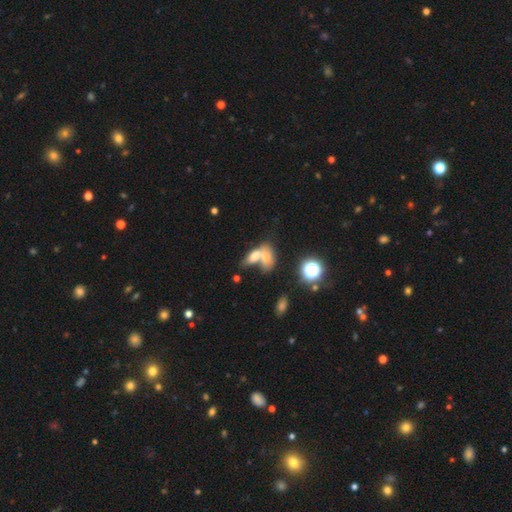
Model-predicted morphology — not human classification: This appears to be a smooth galaxy with no disk features (66%) that is in between round and cigar-shaped (82%). Merging: merger (63%).